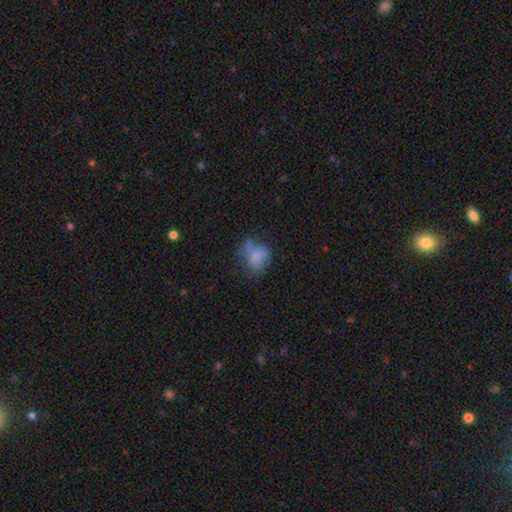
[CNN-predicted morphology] This is likely a smooth galaxy (64%). How rounded: possibly in between (60%). Merging: marginally none (37%).